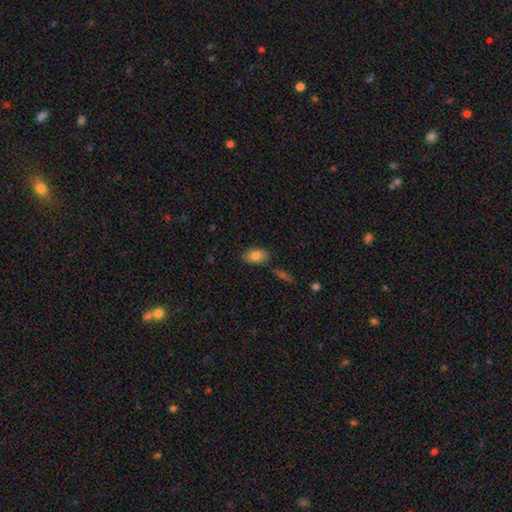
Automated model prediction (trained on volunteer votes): This is clearly a smooth galaxy (84%). How rounded: clearly in between (91%). Merging: clearly none (80%).